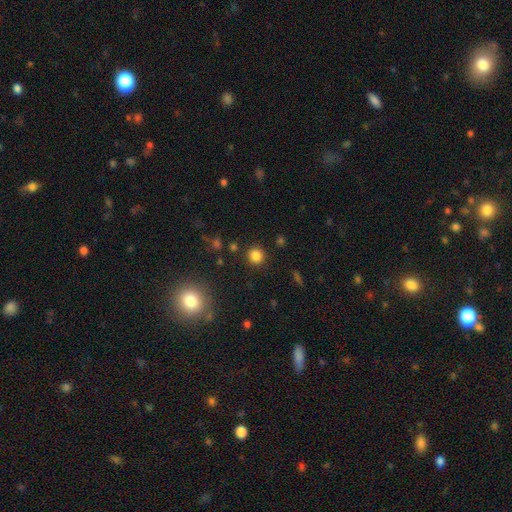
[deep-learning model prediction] smooth_or_featured: smooth (p=0.83) [alt: star or artifact p=0.13]
how_rounded: round (p=0.90) [alt: in between p=0.09]
merging: none (p=0.90) [alt: minor disturbance p=0.06]